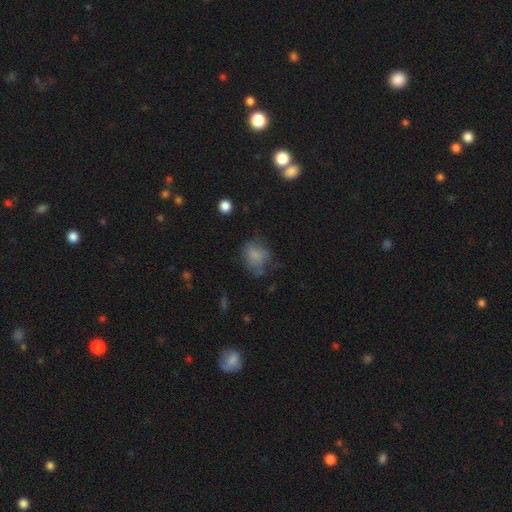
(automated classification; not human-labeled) Smooth or featured?
  - smooth: 68% *
  - featured or disk: 20%
  - star or artifact: 12%
How rounded?
  - round: 51% *
  - in between: 48%
  - cigar-shaped: 1%
Merging?
  - none: 47% *
  - minor disturbance: 28%
  - major disturbance: 23%
  - merger: 3%